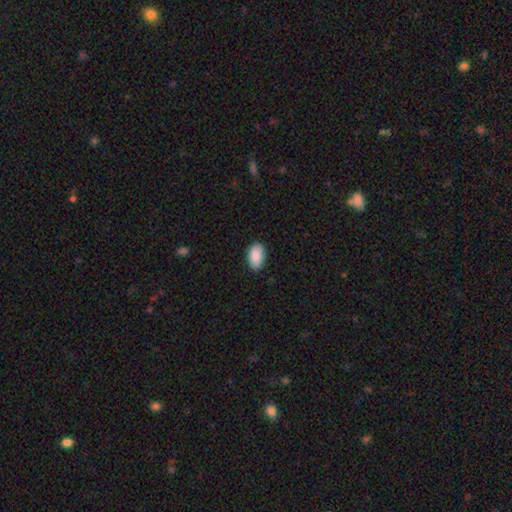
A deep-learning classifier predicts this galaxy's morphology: smooth_or_featured: smooth (p=0.90) [alt: star or artifact p=0.06]
how_rounded: in between (p=0.94) [alt: round p=0.05]
merging: none (p=0.85) [alt: minor disturbance p=0.12]